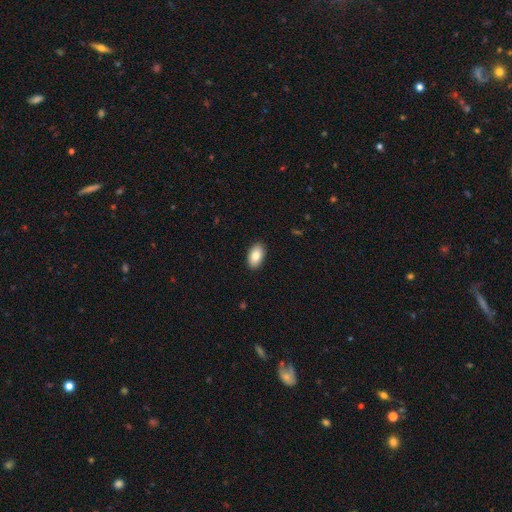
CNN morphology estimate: smooth-or-featured: smooth: 82% | featured or disk: 11% | star or artifact: 7%
  how-rounded: in between: 94% | round: 4% | cigar-shaped: 2%
  merging: none: 90% | minor disturbance: 7% | major disturbance: 2% | merger: 1%